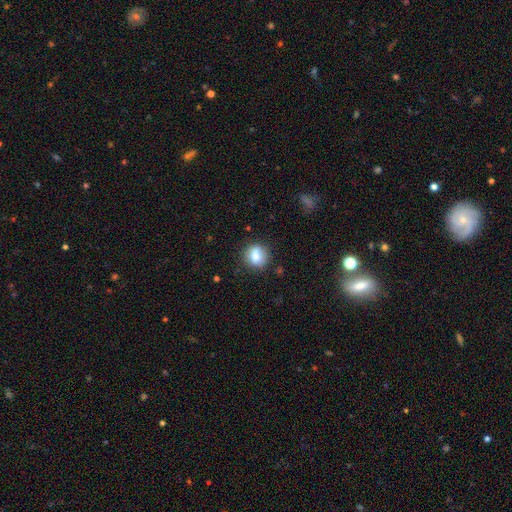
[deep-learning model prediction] Smooth or featured: smooth — 80% (featured or disk — 11%)
How rounded: round — 80% (in between — 19%)
Merging: none — 80% (minor disturbance — 14%)